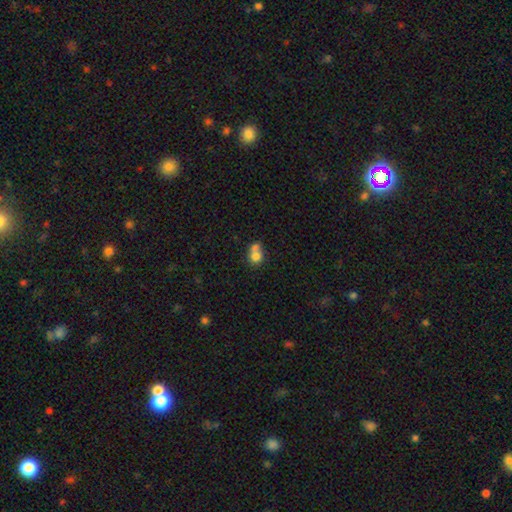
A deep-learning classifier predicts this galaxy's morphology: This appears to be a smooth galaxy with no disk features (73%) that is round (68%). Merging: merger (61%).